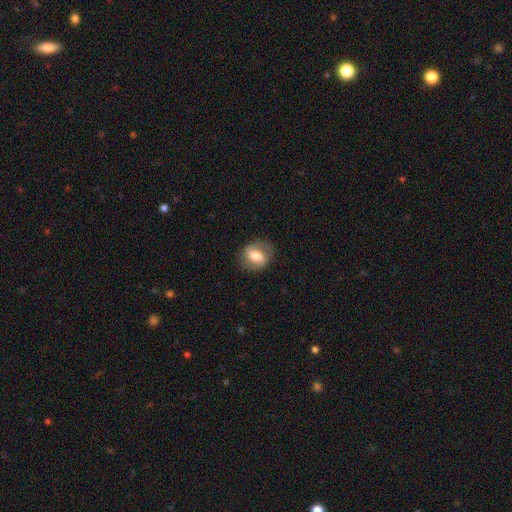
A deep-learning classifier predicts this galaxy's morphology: Smooth or featured: featured or disk — 51% (smooth — 42%)
Edge-on disk: no — 94% (yes — 6%)
Merging: none — 78% (minor disturbance — 15%)